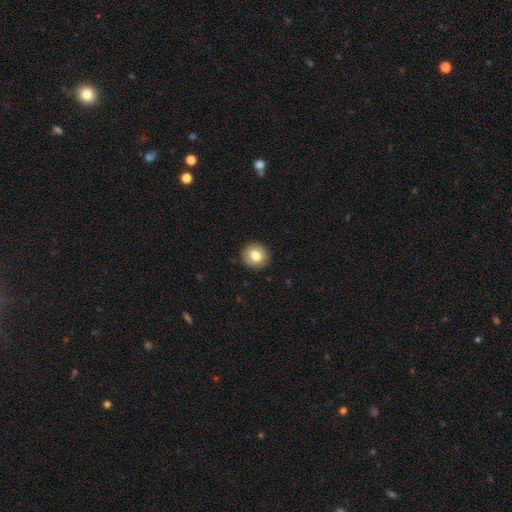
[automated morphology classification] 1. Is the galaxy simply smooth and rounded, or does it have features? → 79% smooth, 12% featured or disk, 9% star or artifact.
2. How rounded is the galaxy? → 94% round, 5% in between, 1% cigar-shaped.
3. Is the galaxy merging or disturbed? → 93% none, 5% minor disturbance, 2% major disturbance, 1% merger.